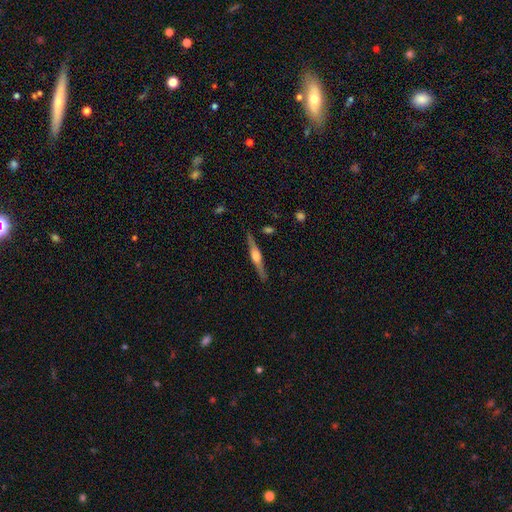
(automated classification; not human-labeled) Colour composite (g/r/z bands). It shows a featured or disk galaxy (74%) viewed edge-on (98%) with a rounded central bulge (87%). Merging: none (88%).